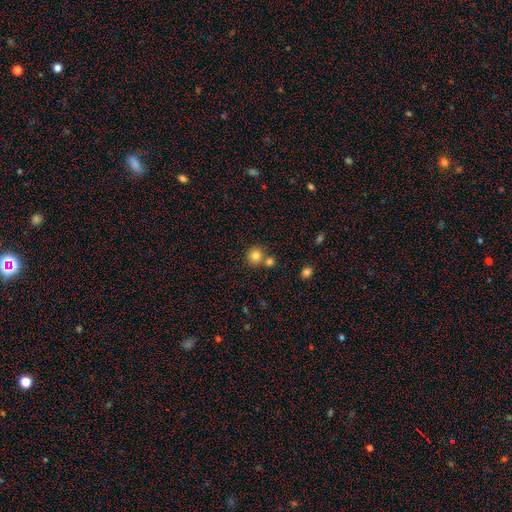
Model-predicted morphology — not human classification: A smooth galaxy with no disk features (80%) that is round (91%).

Vote fractions:
- Smooth or featured? smooth: 80% / star or artifact: 12% / featured or disk: 8%
- How rounded? round: 91% / in between: 8% / cigar-shaped: 1%
- Merging? none: 66% / merger: 24% / minor disturbance: 7% / major disturbance: 2%